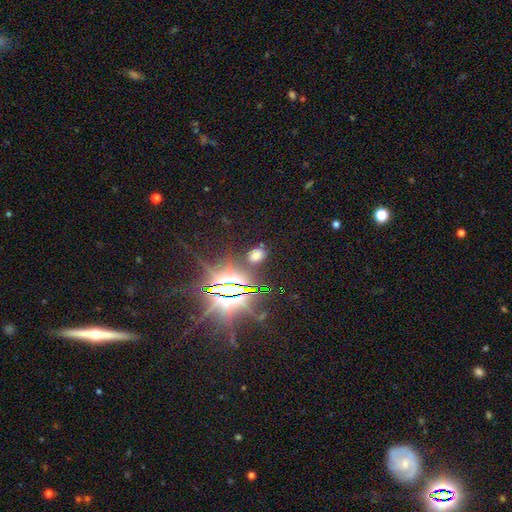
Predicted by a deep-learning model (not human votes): Q: Smooth or featured?
A: star or artifact (56%); runner-up: smooth (35%)